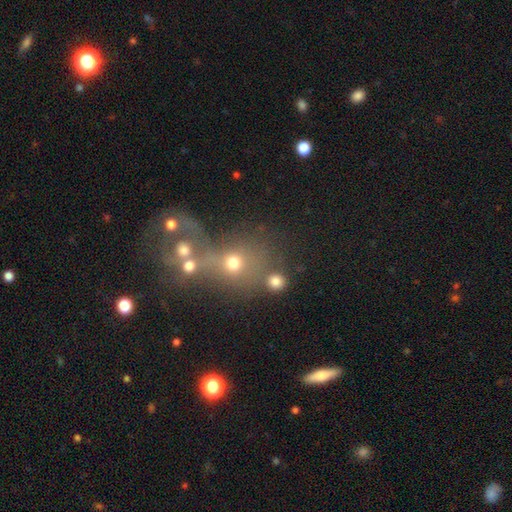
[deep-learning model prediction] This is possibly a smooth galaxy (45%). Merging: marginally merger (41%).